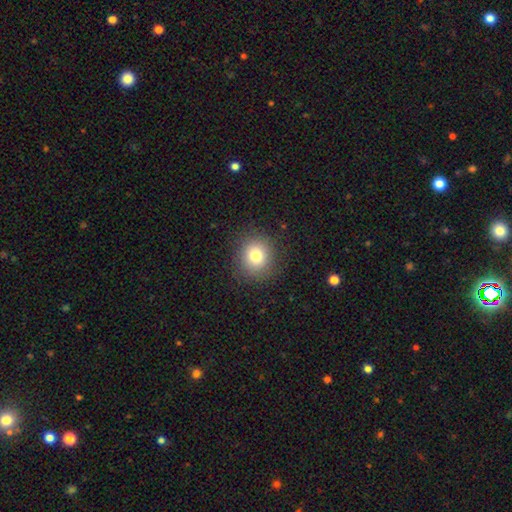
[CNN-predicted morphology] smooth_or_featured: smooth (p=0.78) [alt: star or artifact p=0.13]
how_rounded: round (p=0.86) [alt: in between p=0.13]
merging: none (p=0.88) [alt: minor disturbance p=0.08]